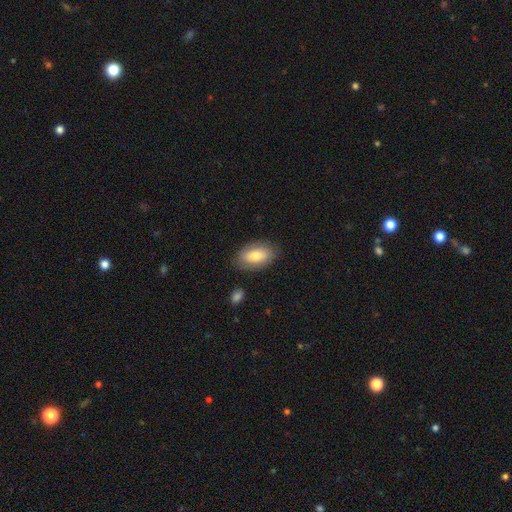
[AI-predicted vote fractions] Overall: smooth (71%). How rounded: in between (92%). Merging: none (81%).